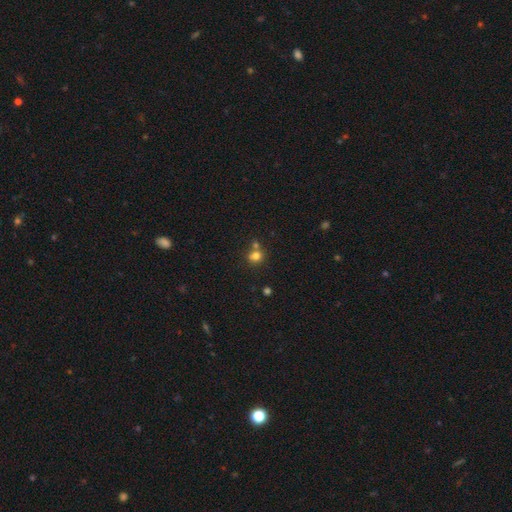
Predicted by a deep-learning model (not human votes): smooth-or-featured: smooth: 78% | star or artifact: 14% | featured or disk: 8%
  how-rounded: round: 73% | in between: 26% | cigar-shaped: 1%
  merging: none: 54% | merger: 33% | minor disturbance: 10% | major disturbance: 4%